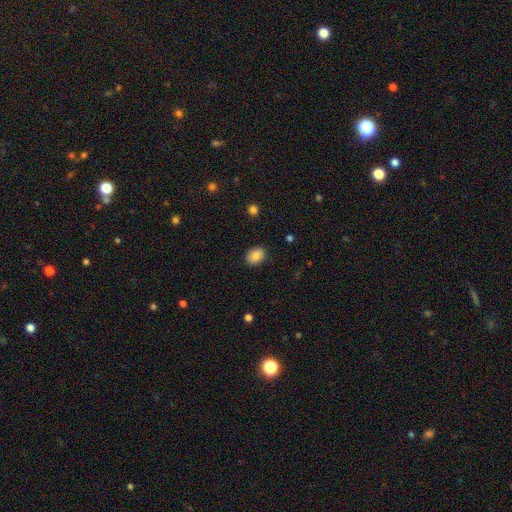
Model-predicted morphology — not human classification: The model was most divided on "how rounded": in between: 76%, round: 23%, cigar-shaped: 1%. More confident: merging — none (88%); smooth or featured — smooth (86%).